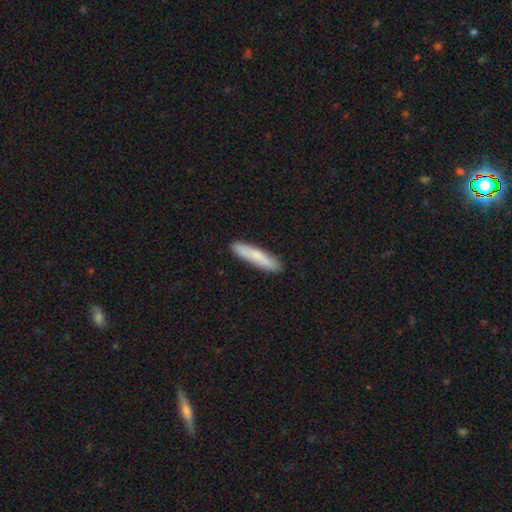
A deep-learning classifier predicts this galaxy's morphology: Smooth or featured? smooth (78%)
How rounded? cigar-shaped (90%)
Merging? none (89%)